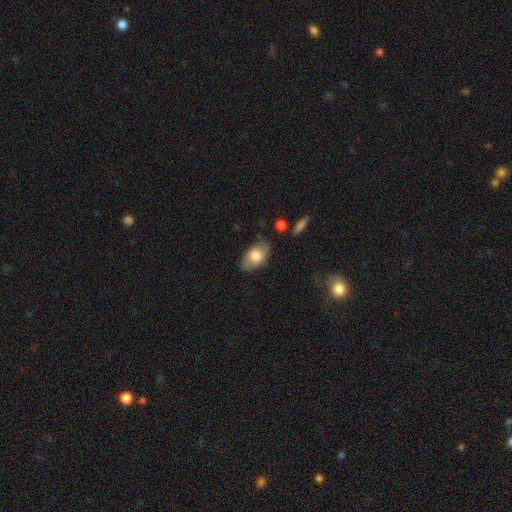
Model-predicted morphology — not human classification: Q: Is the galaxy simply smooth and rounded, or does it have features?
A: smooth — 70%.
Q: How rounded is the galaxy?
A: in between — 92%.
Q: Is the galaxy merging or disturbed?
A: none — 70%.